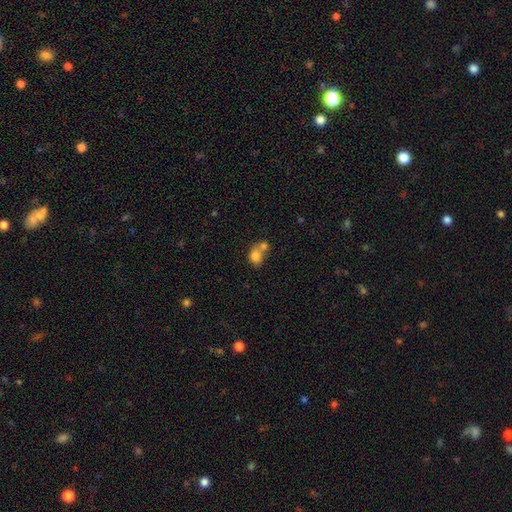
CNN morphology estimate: Smooth or featured?
  - smooth: 77% *
  - featured or disk: 13%
  - star or artifact: 10%
How rounded?
  - round: 55% *
  - in between: 44%
  - cigar-shaped: 1%
Merging?
  - merger: 61% *
  - none: 27%
  - minor disturbance: 8%
  - major disturbance: 4%